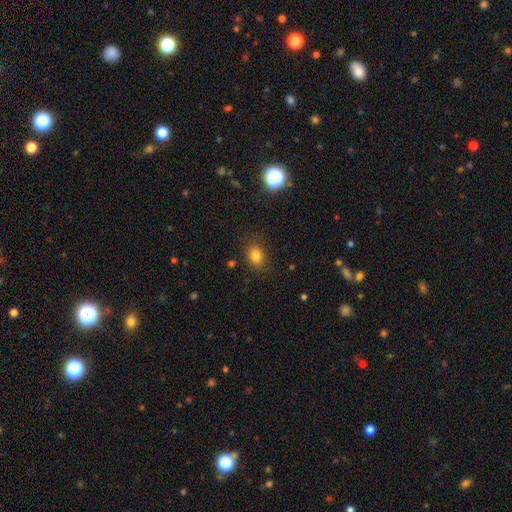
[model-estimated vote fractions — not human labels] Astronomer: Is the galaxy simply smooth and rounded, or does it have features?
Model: smooth — 79%.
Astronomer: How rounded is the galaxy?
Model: in between — 56% (runner-up: round, 42%).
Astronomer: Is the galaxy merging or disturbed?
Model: none — 84%.